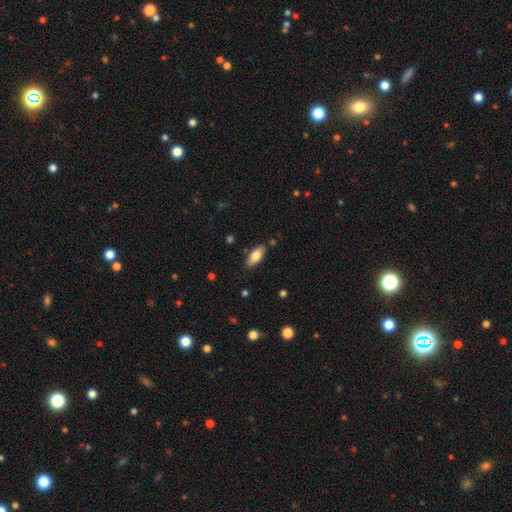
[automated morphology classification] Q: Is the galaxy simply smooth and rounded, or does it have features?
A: smooth — 78%.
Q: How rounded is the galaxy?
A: in between — 83%.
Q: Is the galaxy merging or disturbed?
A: none — 84%.